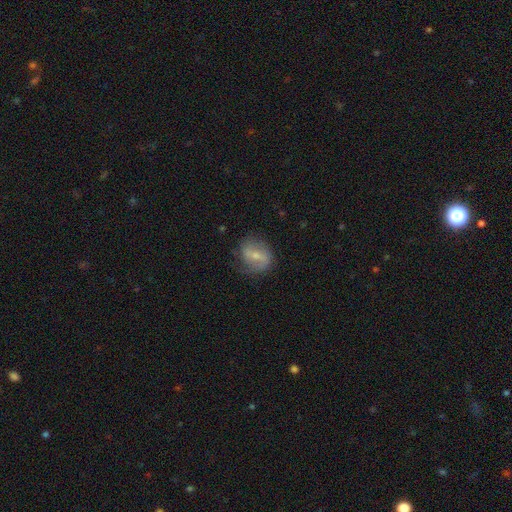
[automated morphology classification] A featured or disk galaxy (60%) with a weak bar (45%), spiral arms (75%) and a small central bulge (51%). Merging: none (71%).